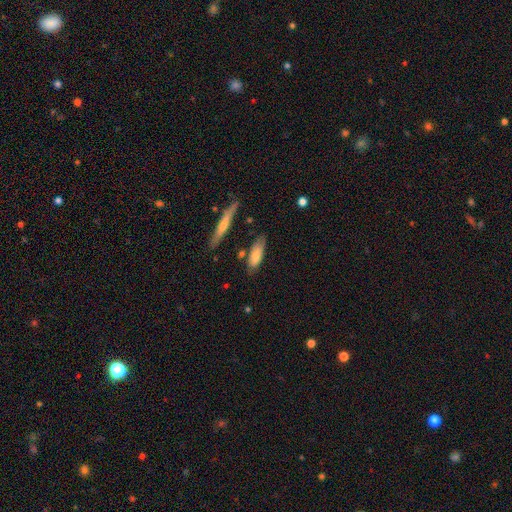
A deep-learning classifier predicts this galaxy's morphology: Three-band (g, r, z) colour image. It shows a smooth galaxy with no disk features (74%) that is in between round and cigar-shaped (60%). Merging: none (68%).